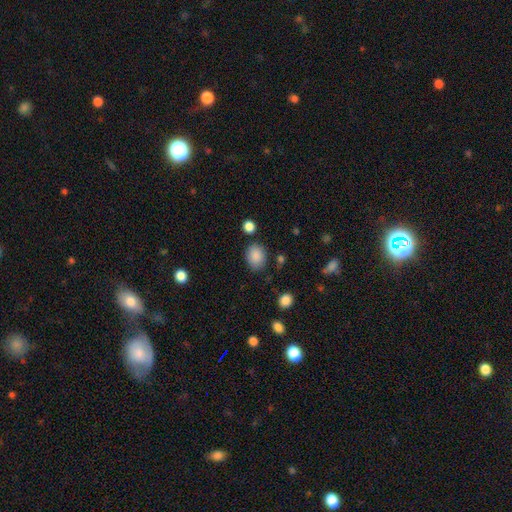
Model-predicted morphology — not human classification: A smooth galaxy with no disk features (88%) that is in between round and cigar-shaped (60%).

Vote fractions:
- Smooth or featured? smooth: 88% / star or artifact: 8% / featured or disk: 4%
- How rounded? in between: 60% / round: 39% / cigar-shaped: 1%
- Merging? none: 78% / minor disturbance: 15% / major disturbance: 4% / merger: 3%